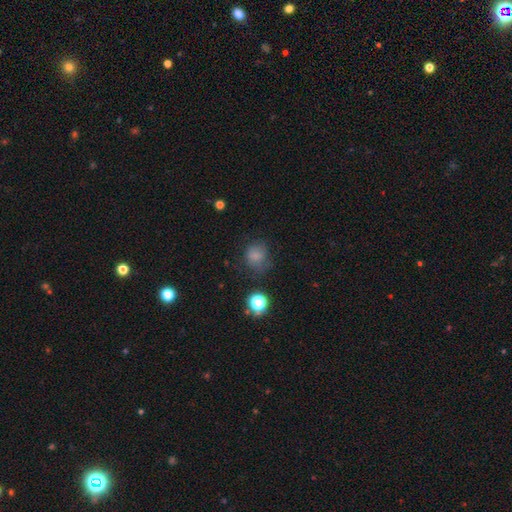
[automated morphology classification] Smooth or featured? Predicted: smooth (p=0.74). How rounded? Predicted: round (p=0.72). Merging? Predicted: none (p=0.59).